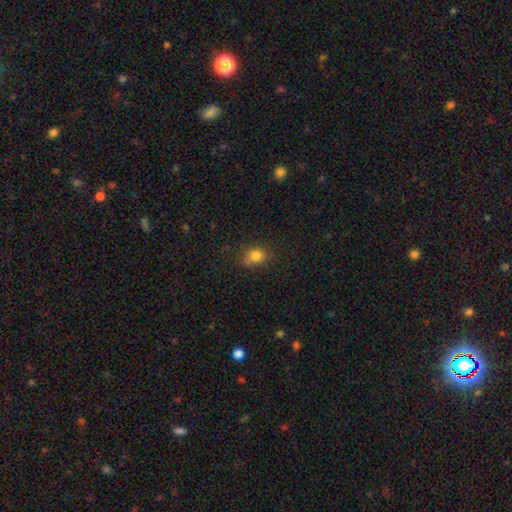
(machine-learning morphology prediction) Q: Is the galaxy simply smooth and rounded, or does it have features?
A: smooth — 81%.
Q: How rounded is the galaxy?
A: round — 61%.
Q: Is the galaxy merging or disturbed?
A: none — 64%.